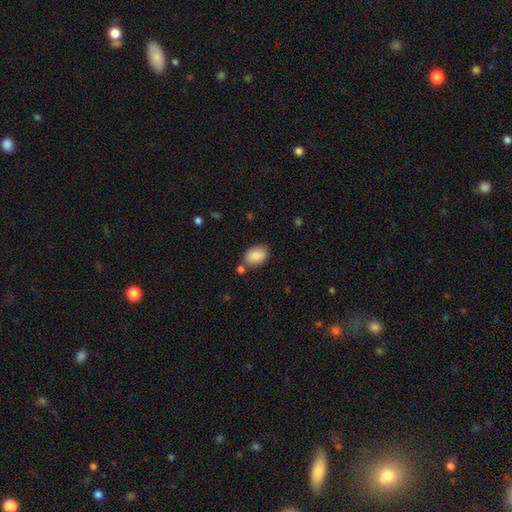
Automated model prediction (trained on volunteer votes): smooth-or-featured: smooth: 87% | star or artifact: 7% | featured or disk: 6%
  how-rounded: in between: 85% | round: 14% | cigar-shaped: 1%
  merging: none: 76% | minor disturbance: 14% | merger: 7% | major disturbance: 3%